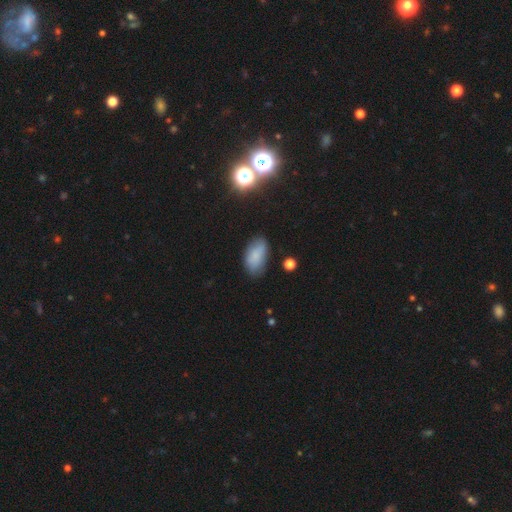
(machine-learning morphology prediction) smooth_or_featured: smooth (p=0.80) [alt: featured or disk p=0.10]
how_rounded: in between (p=0.93) [alt: round p=0.04]
merging: none (p=0.73) [alt: minor disturbance p=0.20]